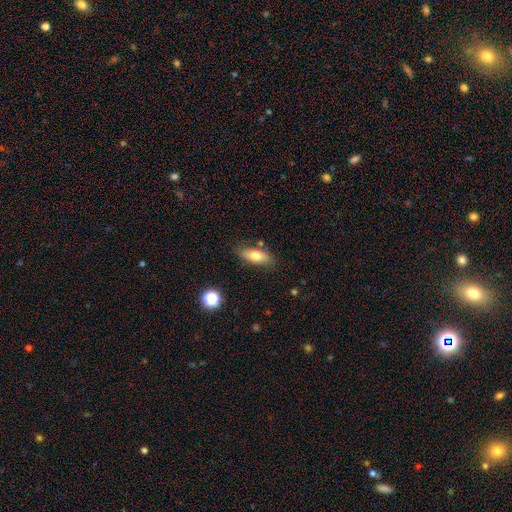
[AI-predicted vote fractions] The model was most divided on "how rounded": in between: 73%, cigar-shaped: 23%, round: 4%. More confident: merging — none (79%); smooth or featured — smooth (73%).